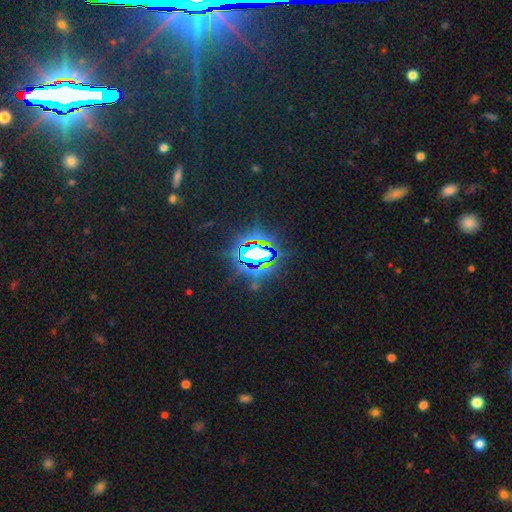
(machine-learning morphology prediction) Overall: star or artifact (80%).